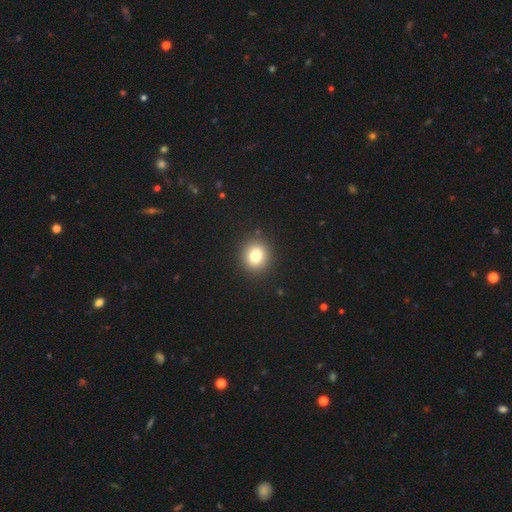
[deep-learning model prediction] The model was most divided on "smooth or featured": smooth: 79%, star or artifact: 12%, featured or disk: 9%. More confident: merging — none (91%); how rounded — round (85%).